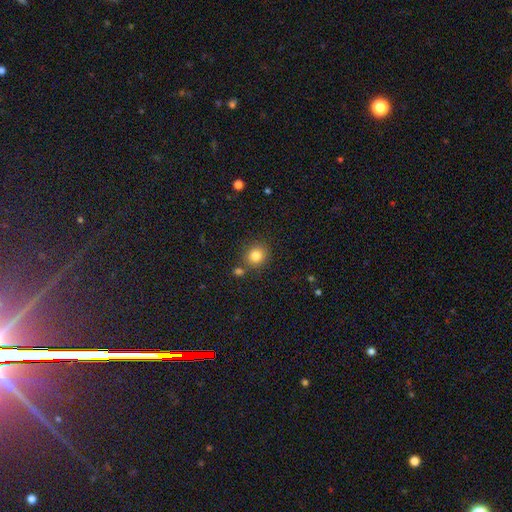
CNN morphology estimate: Smooth or featured?
  - smooth: 83% *
  - star or artifact: 11%
  - featured or disk: 6%
How rounded?
  - round: 85% *
  - in between: 14%
  - cigar-shaped: 1%
Merging?
  - none: 79% *
  - merger: 10%
  - minor disturbance: 9%
  - major disturbance: 3%